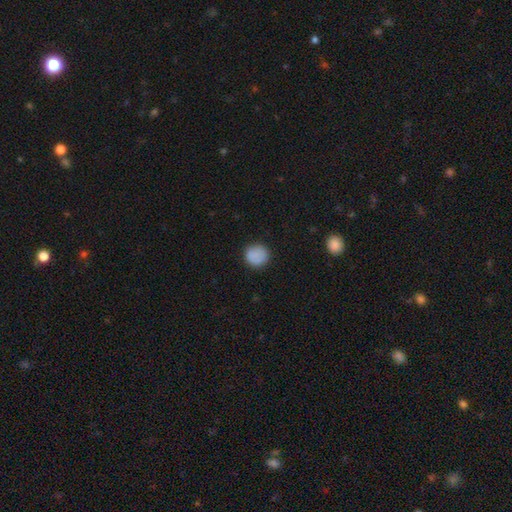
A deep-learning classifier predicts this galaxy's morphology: smooth 85%, star or artifact 9%, featured or disk 6%. Down the decision tree: how rounded — round (92%); merging — none (86%).